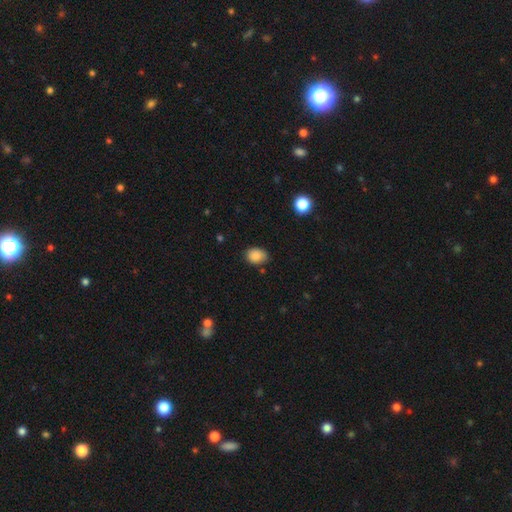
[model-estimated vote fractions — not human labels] Smooth or featured? Predicted: smooth (p=0.87). How rounded? Predicted: in between (p=0.69). Merging? Predicted: none (p=0.76).